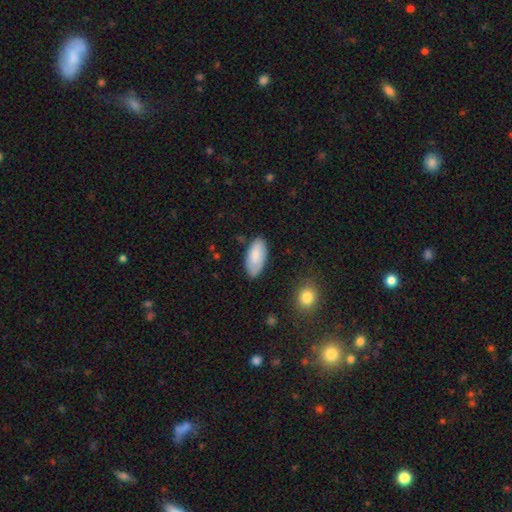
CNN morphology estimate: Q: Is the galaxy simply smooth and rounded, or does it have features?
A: smooth — 76%.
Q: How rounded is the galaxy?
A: in between — 93%.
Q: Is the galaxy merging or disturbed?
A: none — 76%.